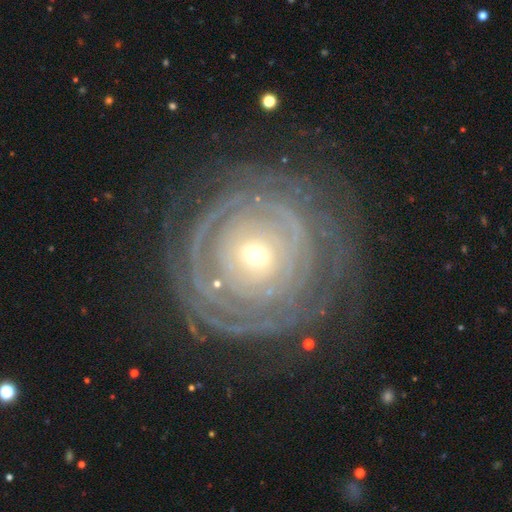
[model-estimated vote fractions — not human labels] The model was most divided on "spiral arm count": can't tell: 35%, 2: 16%, more than 4: 14%, 3: 13%, 4: 13%, 1: 9%. More confident: edge-on disk — no (96%); spiral arms — yes (90%); smooth or featured — featured or disk (85%); spiral winding — tight (82%); merging — none (73%); bar — no (72%); bulge size — small (64%).